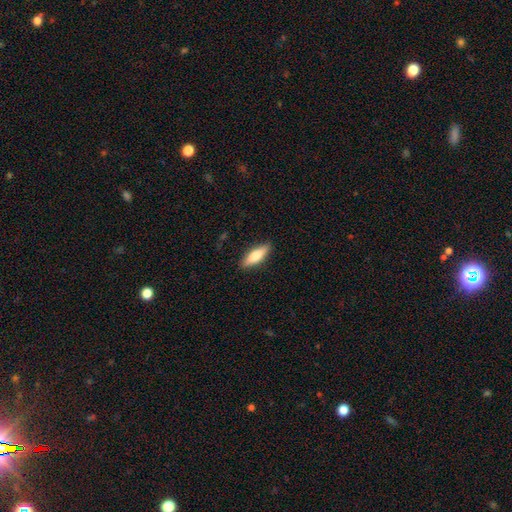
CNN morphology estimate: Overall: smooth (69%). How rounded: cigar-shaped (51%; in between 47%). Merging: none (88%).